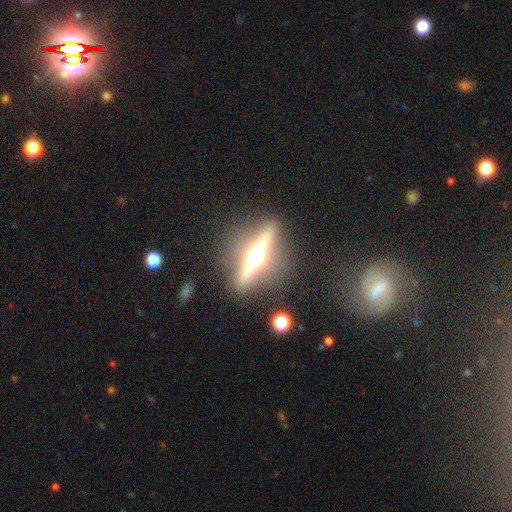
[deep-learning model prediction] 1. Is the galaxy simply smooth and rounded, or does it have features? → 78% featured or disk, 12% smooth, 10% star or artifact.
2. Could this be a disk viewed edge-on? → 94% yes, 6% no.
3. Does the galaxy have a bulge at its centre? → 96% rounded, 3% boxy, 1% none.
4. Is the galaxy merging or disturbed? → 87% none, 7% minor disturbance, 4% major disturbance, 2% merger.